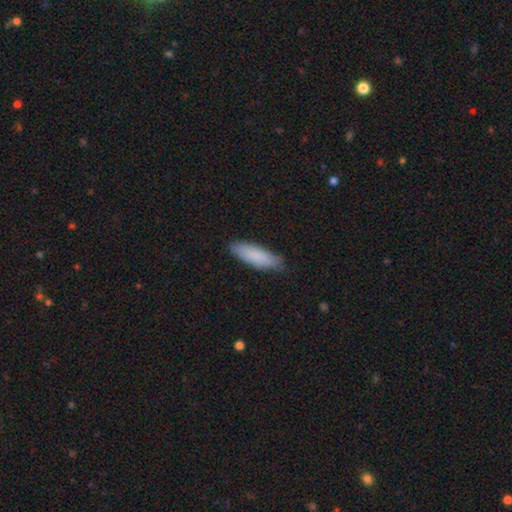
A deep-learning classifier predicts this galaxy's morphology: Smooth or featured? smooth (87%)
How rounded? cigar-shaped (50%)
Merging? none (84%)